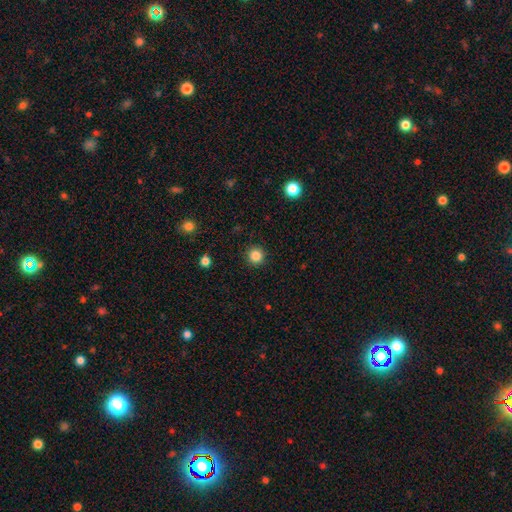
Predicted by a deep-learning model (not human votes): smooth-or-featured: smooth: 85% | star or artifact: 11% | featured or disk: 4%
  how-rounded: round: 95% | in between: 4% | cigar-shaped: 1%
  merging: none: 92% | minor disturbance: 5% | major disturbance: 2% | merger: 1%